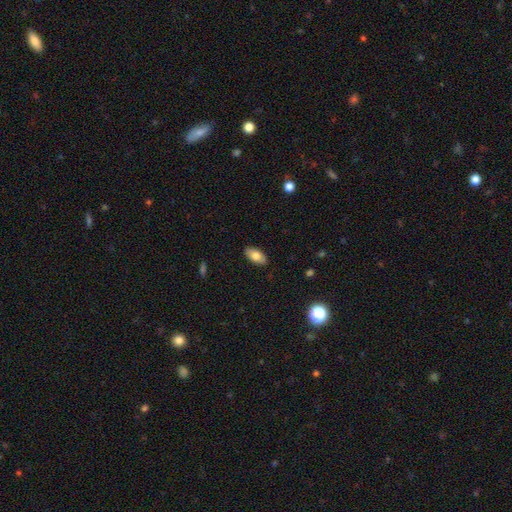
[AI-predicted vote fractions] A smooth galaxy with no disk features (78%) that is in between round and cigar-shaped (93%).

Vote fractions:
- Smooth or featured? smooth: 78% / featured or disk: 15% / star or artifact: 7%
- How rounded? in between: 93% / cigar-shaped: 4% / round: 3%
- Merging? none: 88% / minor disturbance: 9% / major disturbance: 2% / merger: 1%